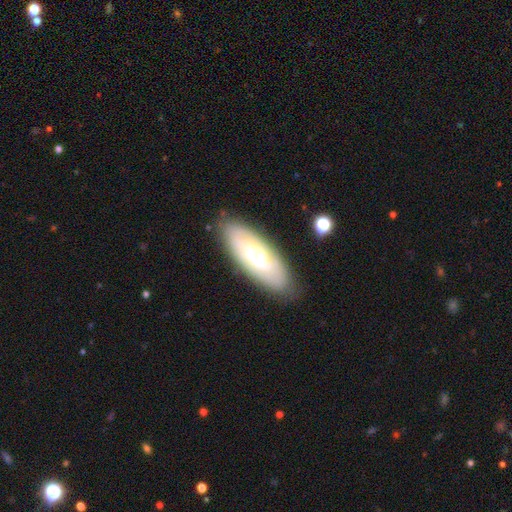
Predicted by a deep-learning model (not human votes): Morphology: type=featured or disk (48%); merging=none (81%).